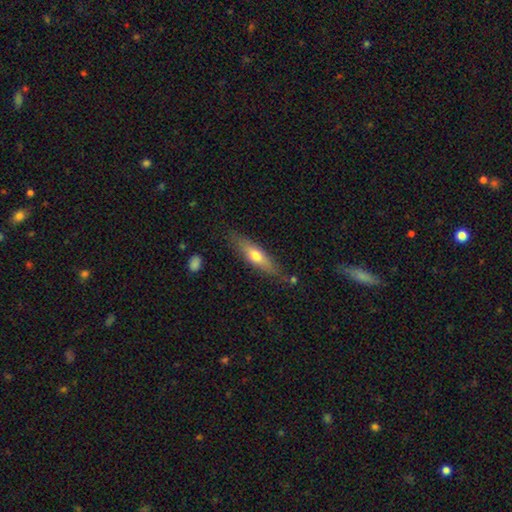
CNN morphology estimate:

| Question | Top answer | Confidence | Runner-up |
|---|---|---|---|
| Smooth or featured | smooth | 54% | featured or disk (40%) |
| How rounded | cigar-shaped | 69% | in between (29%) |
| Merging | none | 77% | minor disturbance (17%) |